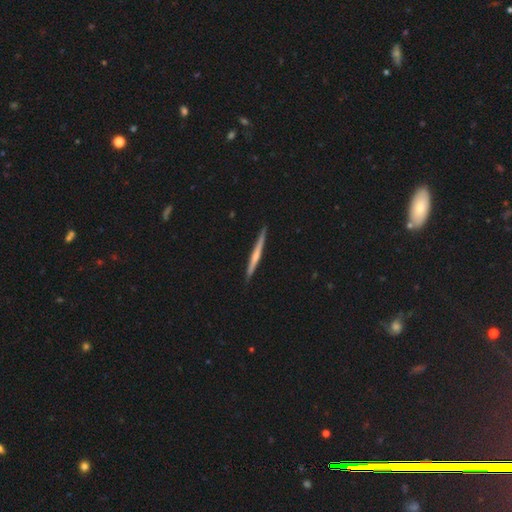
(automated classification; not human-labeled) featured or disk 58%, smooth 37%, star or artifact 5%. Down the decision tree: edge-on disk — yes (98%); edge-on bulge — none (51%); merging — none (90%).